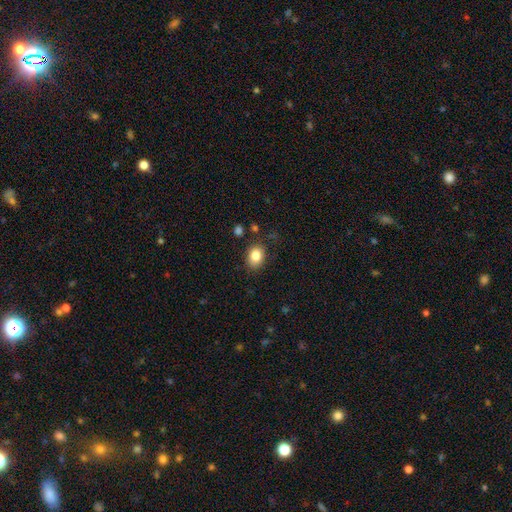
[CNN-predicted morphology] Smooth or featured?
  - smooth: 84% *
  - star or artifact: 9%
  - featured or disk: 7%
How rounded?
  - in between: 62% *
  - round: 37%
  - cigar-shaped: 1%
Merging?
  - none: 81% *
  - minor disturbance: 13%
  - major disturbance: 3%
  - merger: 3%